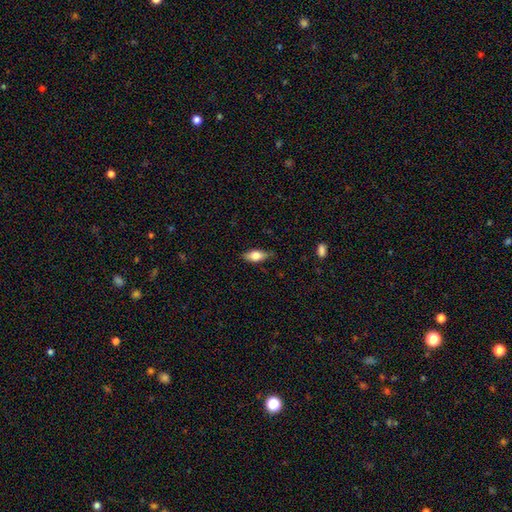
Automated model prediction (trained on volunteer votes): A smooth galaxy with no disk features (75%) that is in between round and cigar-shaped (84%).

Vote fractions:
- Smooth or featured? smooth: 75% / featured or disk: 18% / star or artifact: 7%
- How rounded? in between: 84% / cigar-shaped: 12% / round: 4%
- Merging? none: 77% / minor disturbance: 19% / major disturbance: 3% / merger: 1%